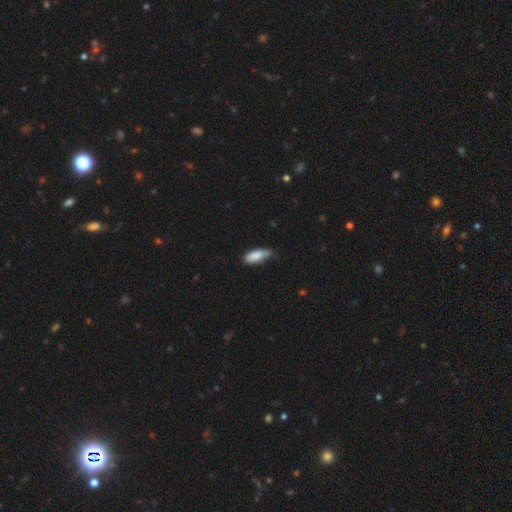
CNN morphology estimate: Overall: smooth (83%). How rounded: in between (71%). Merging: none (49%; minor disturbance 41%).